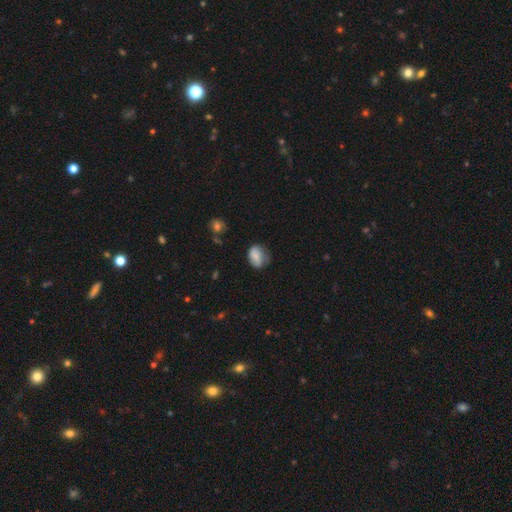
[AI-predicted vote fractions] Q: Smooth or featured?
A: smooth (73%); runner-up: featured or disk (19%)
Q: How rounded?
A: in between (68%); runner-up: round (30%)
Q: Merging?
A: none (51%); runner-up: minor disturbance (35%)